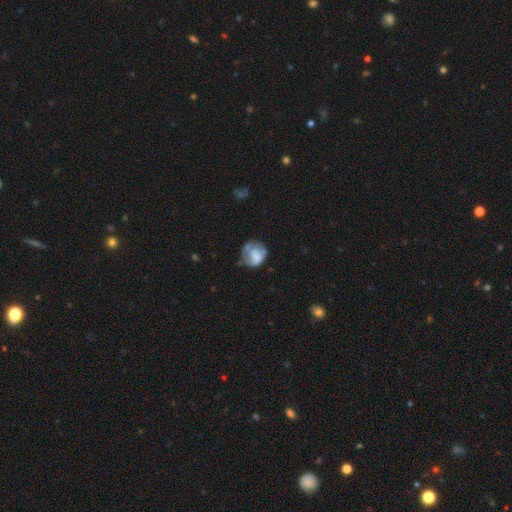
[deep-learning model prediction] Morphology: type=smooth (54%); roundness=round (72%); merging=none (44%).